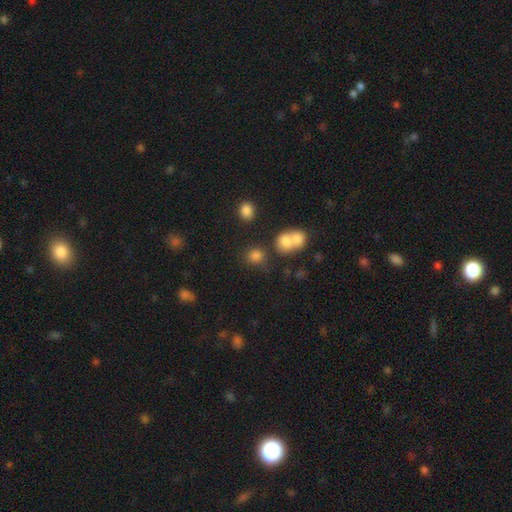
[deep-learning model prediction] Smooth or featured? Predicted: smooth (p=0.80). How rounded? Predicted: round (p=0.79). Merging? Predicted: none (p=0.61).